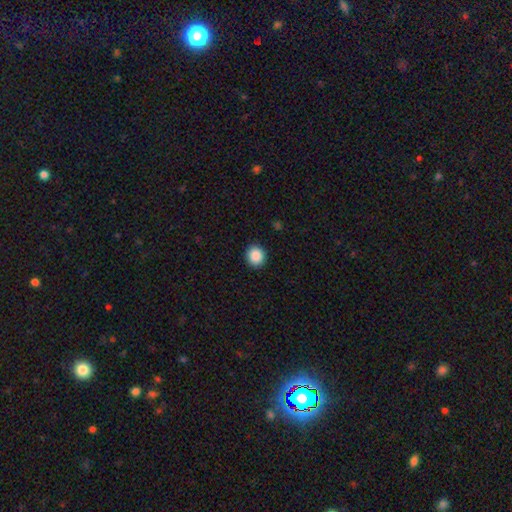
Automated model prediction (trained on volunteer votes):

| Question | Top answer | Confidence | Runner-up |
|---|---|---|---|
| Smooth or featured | smooth | 89% | star or artifact (9%) |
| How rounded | round | 89% | in between (10%) |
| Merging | none | 92% | minor disturbance (6%) |